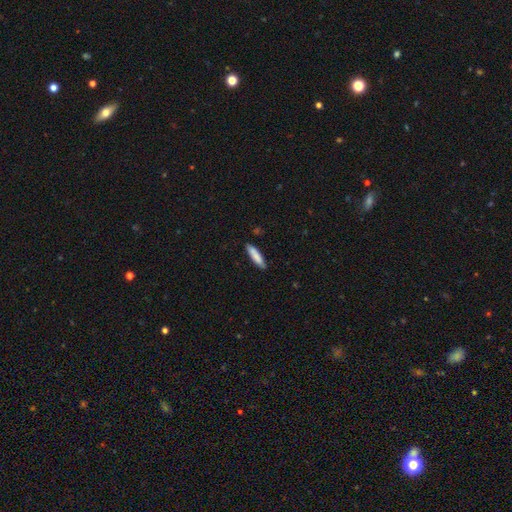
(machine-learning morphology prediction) This appears to be a smooth galaxy with no disk features (83%) that is cigar-shaped (80%). Merging: none (86%).